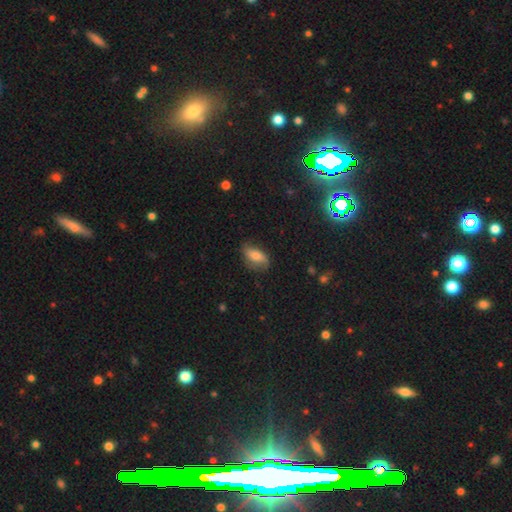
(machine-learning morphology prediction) smooth-or-featured: smooth: 60% | featured or disk: 31% | star or artifact: 9%
  how-rounded: in between: 87% | cigar-shaped: 7% | round: 6%
  merging: none: 65% | minor disturbance: 25% | major disturbance: 8% | merger: 2%